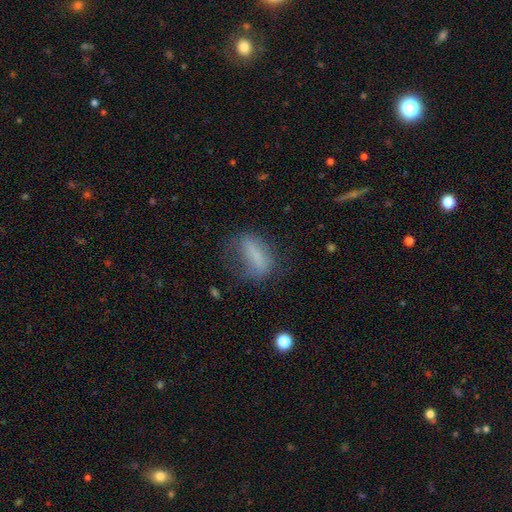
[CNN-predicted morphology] smooth-or-featured: smooth: 68% | featured or disk: 21% | star or artifact: 11%
  how-rounded: in between: 65% | cigar-shaped: 27% | round: 7%
  merging: none: 47% | minor disturbance: 26% | major disturbance: 24% | merger: 2%